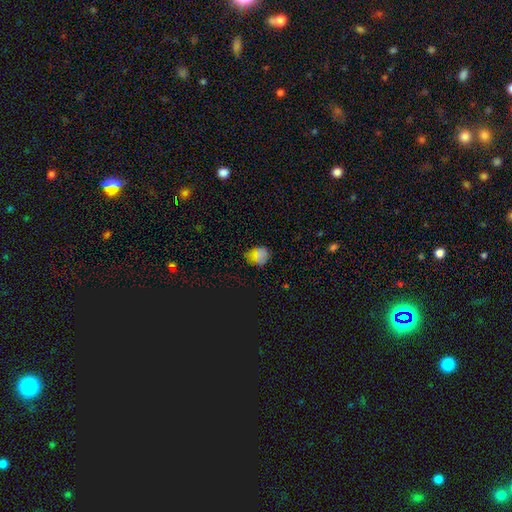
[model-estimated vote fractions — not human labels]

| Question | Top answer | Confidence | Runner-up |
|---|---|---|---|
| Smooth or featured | smooth | 61% | star or artifact (31%) |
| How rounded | round | 61% | in between (37%) |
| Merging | none | 81% | minor disturbance (14%) |